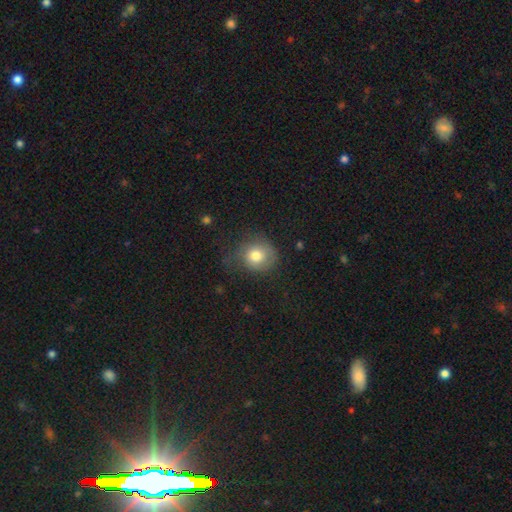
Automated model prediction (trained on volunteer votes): A smooth galaxy with no disk features (75%) that is round (82%). Merging: none (56%).